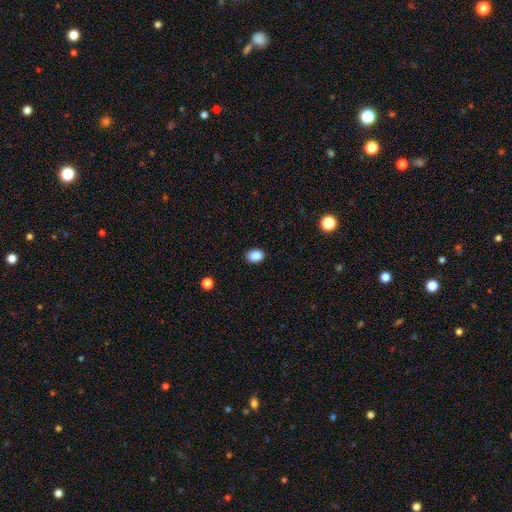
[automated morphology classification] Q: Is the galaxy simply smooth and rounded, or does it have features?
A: smooth — 88%.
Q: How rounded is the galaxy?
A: in between — 68%.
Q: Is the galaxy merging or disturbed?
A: none — 89%.